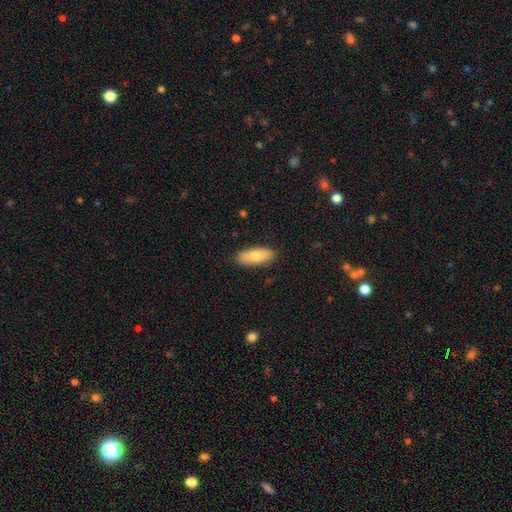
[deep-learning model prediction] Morphology: type=smooth (72%); roundness=in between (75%); merging=none (87%).